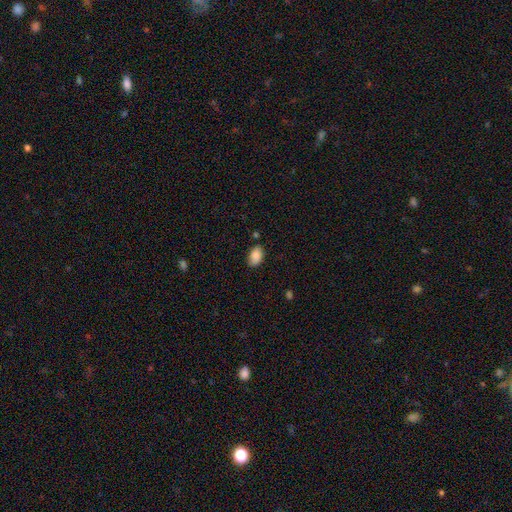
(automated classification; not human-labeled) Smooth or featured? Predicted: smooth (p=0.87). How rounded? Predicted: in between (p=0.91). Merging? Predicted: none (p=0.76).